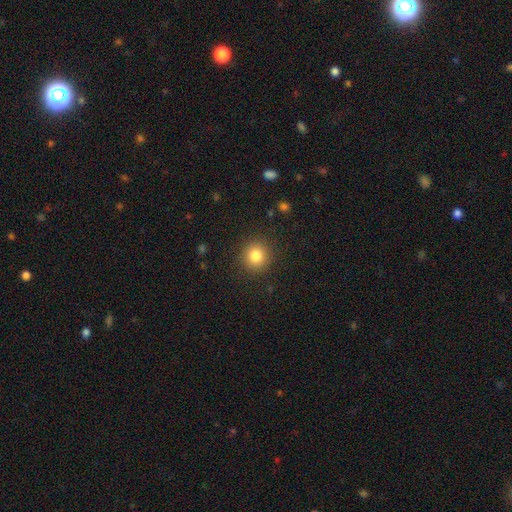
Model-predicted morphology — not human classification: The model was most divided on "smooth or featured": smooth: 82%, star or artifact: 11%, featured or disk: 6%. More confident: how rounded — round (91%); merging — none (90%).